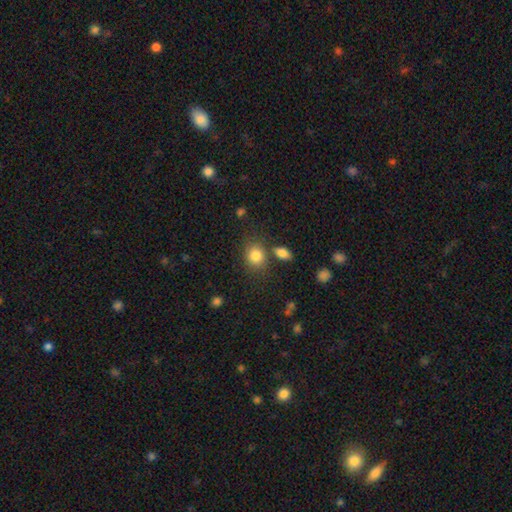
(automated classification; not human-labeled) Smooth or featured? Predicted: smooth (p=0.83). How rounded? Predicted: round (p=0.64). Merging? Predicted: none (p=0.71).